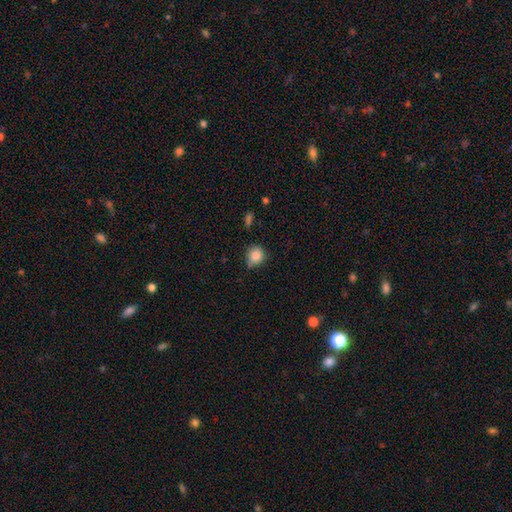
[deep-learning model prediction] Smooth or featured?
  - smooth: 85% *
  - star or artifact: 10%
  - featured or disk: 5%
How rounded?
  - round: 89% *
  - in between: 10%
  - cigar-shaped: 1%
Merging?
  - none: 72% *
  - minor disturbance: 19%
  - merger: 5%
  - major disturbance: 4%